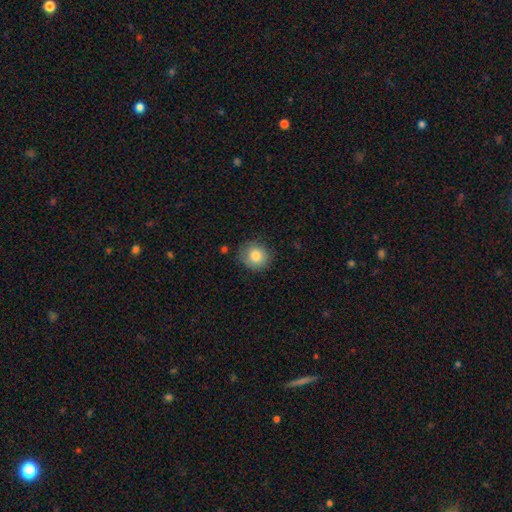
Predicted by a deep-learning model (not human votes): Smooth or featured? Predicted: smooth (p=0.83). How rounded? Predicted: round (p=0.84). Merging? Predicted: none (p=0.82).